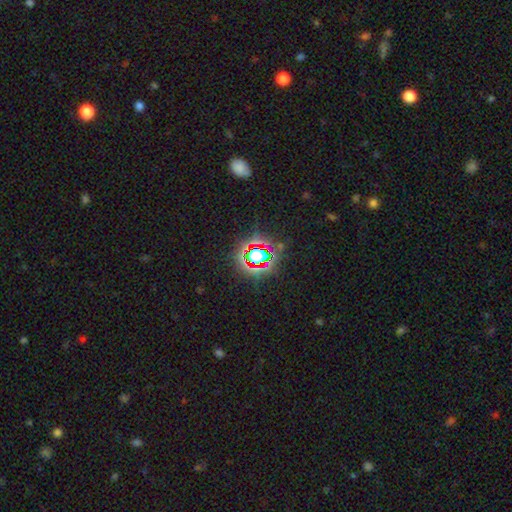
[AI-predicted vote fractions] Overall: star or artifact (71%).